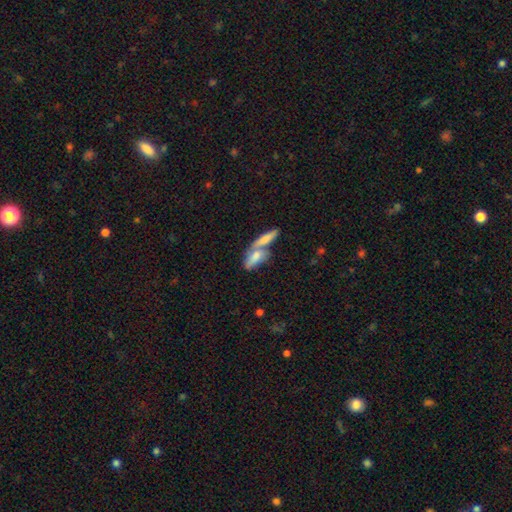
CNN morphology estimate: Smooth or featured? Predicted: smooth (p=0.62). How rounded? Predicted: in between (p=0.59). Merging? Predicted: merger (p=0.54).